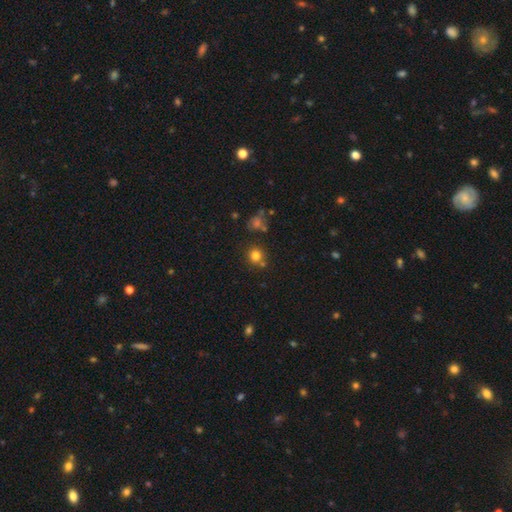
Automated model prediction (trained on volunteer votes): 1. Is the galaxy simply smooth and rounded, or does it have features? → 78% smooth, 15% star or artifact, 7% featured or disk.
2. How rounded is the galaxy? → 88% round, 11% in between, 1% cigar-shaped.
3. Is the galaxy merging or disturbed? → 72% none, 14% merger, 11% minor disturbance, 4% major disturbance.